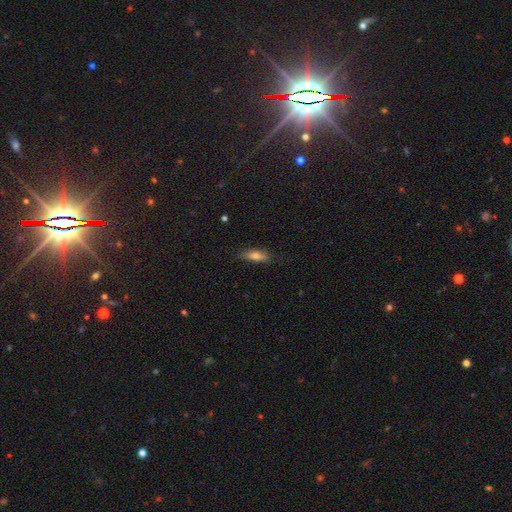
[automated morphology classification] type=smooth (72%); roundness=cigar-shaped (49%); merging=none (81%).